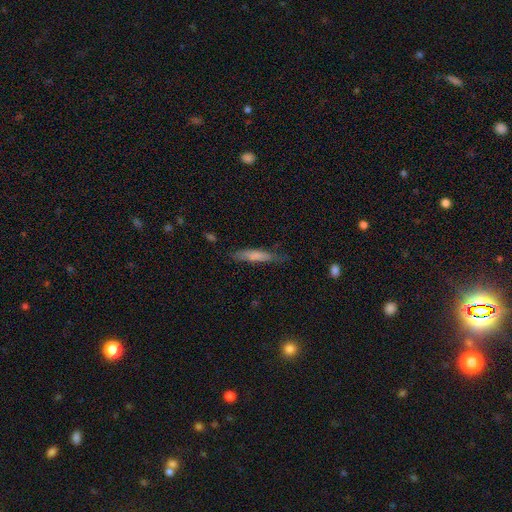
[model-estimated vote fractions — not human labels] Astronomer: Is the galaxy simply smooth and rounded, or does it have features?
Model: smooth — 73%.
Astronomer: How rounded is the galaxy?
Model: cigar-shaped — 85%.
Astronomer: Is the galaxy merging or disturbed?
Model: none — 70%.